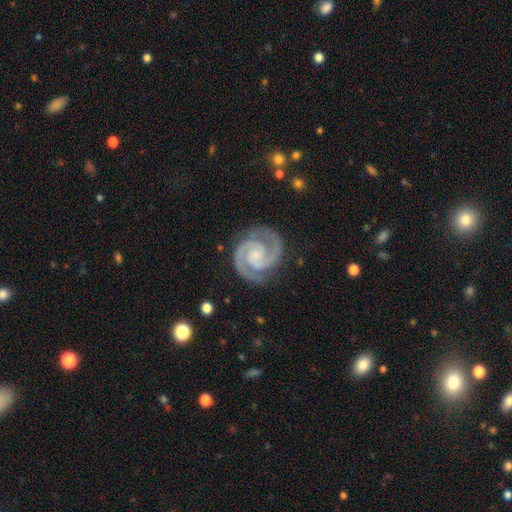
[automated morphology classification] Q: Smooth or featured?
A: featured or disk (94%); runner-up: star or artifact (4%)
Q: Edge-on disk?
A: no (98%); runner-up: yes (2%)
Q: Bar?
A: no (60%); runner-up: weak (30%)
Q: Spiral arms?
A: yes (99%); runner-up: no (1%)
Q: Spiral winding?
A: tight (57%); runner-up: medium (39%)
Q: Spiral arm count?
A: 2 (94%); runner-up: 3 (2%)
Q: Bulge size?
A: small (50%); runner-up: moderate (26%)
Q: Merging?
A: none (83%); runner-up: minor disturbance (12%)